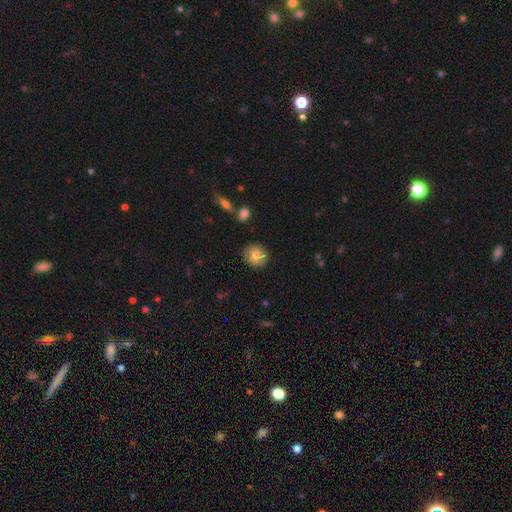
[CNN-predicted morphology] The model was most divided on "smooth or featured": smooth: 79%, featured or disk: 13%, star or artifact: 8%. More confident: how rounded — round (88%); merging — none (85%).